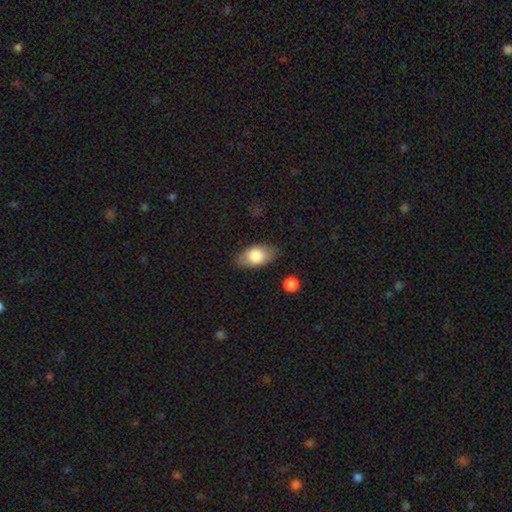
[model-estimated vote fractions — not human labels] Overall: smooth (76%). How rounded: in between (89%). Merging: none (80%).